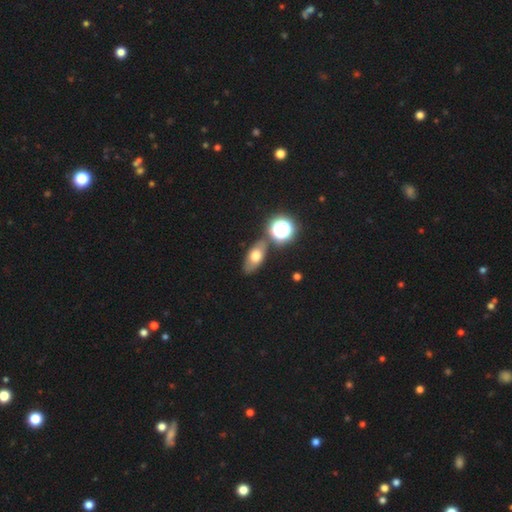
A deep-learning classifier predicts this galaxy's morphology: smooth_or_featured: smooth (p=0.60) [alt: featured or disk p=0.25]
how_rounded: in between (p=0.78) [alt: round p=0.15]
merging: none (p=0.76) [alt: minor disturbance p=0.11]